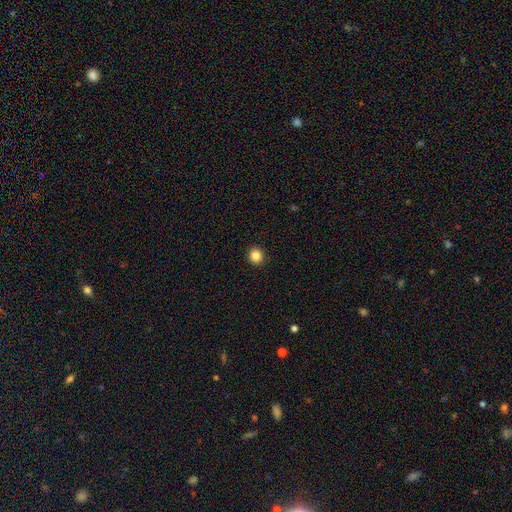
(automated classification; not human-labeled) smooth 86%, star or artifact 11%, featured or disk 4%. Down the decision tree: how rounded — round (90%); merging — none (92%).